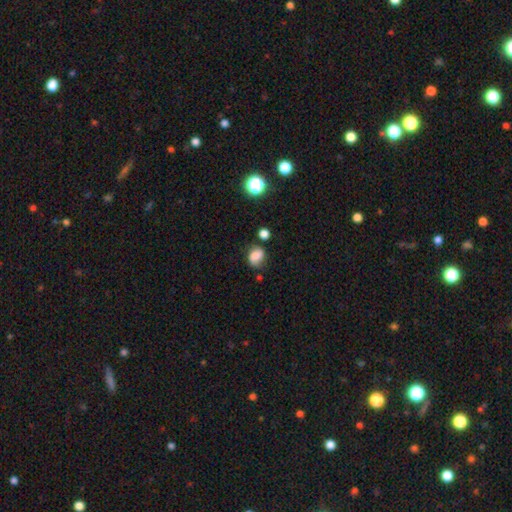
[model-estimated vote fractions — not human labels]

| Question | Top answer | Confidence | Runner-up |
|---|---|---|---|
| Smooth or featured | smooth | 69% | featured or disk (18%) |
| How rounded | in between | 55% | round (44%) |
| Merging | none | 61% | minor disturbance (25%) |